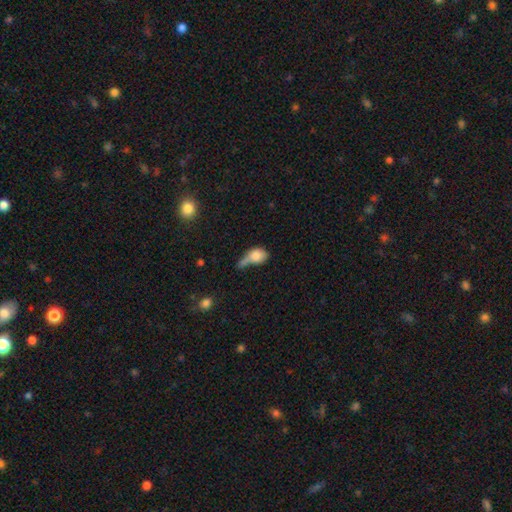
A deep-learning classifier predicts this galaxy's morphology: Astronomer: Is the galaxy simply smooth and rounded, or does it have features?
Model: smooth — 76%.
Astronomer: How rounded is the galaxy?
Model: in between — 64%.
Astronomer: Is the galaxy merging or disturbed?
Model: merger — 31% (runner-up: major disturbance, 26%).